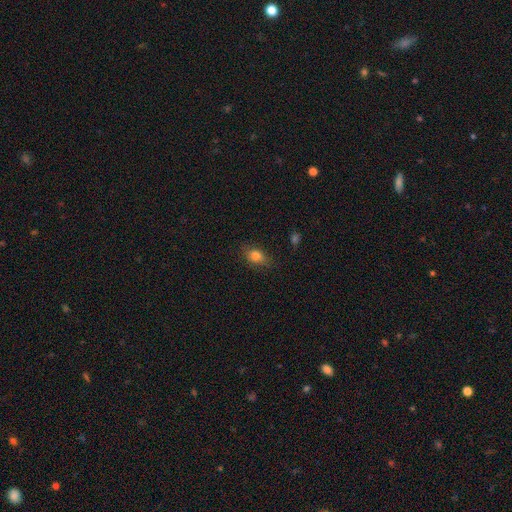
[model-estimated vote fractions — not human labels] This appears to be a smooth galaxy with no disk features (81%) that is in between round and cigar-shaped (72%). Merging: none (75%).